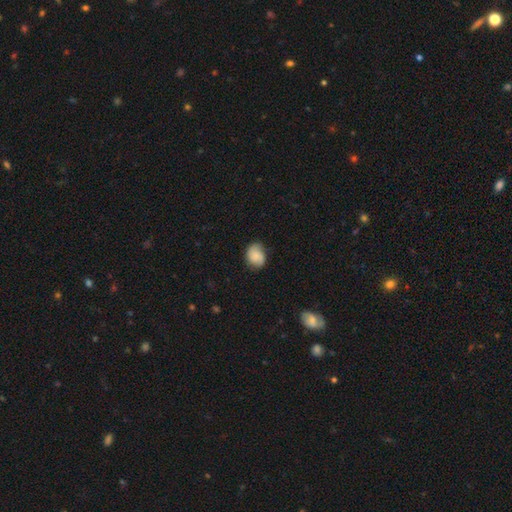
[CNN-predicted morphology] A smooth galaxy with no disk features (73%) that is in between round and cigar-shaped (51%). Merging: none (67%).